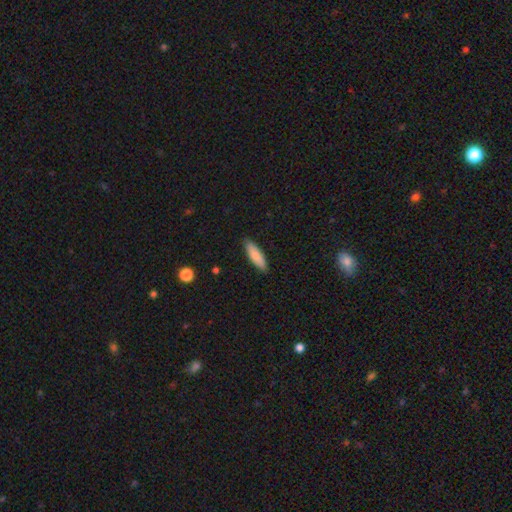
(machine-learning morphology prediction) Smooth or featured? smooth (84%)
How rounded? cigar-shaped (57%)
Merging? none (88%)